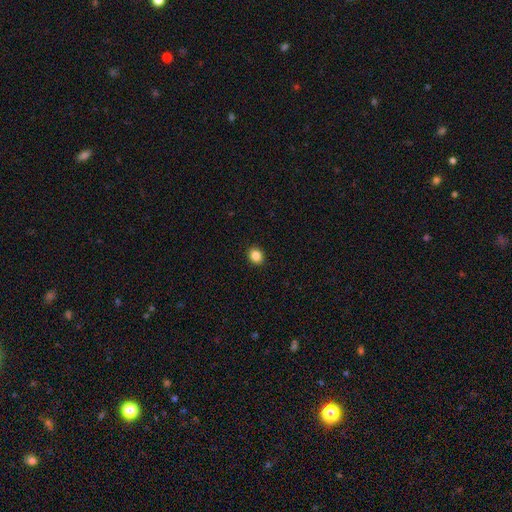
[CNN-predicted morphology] A smooth galaxy with no disk features (86%) that is round (68%).

Vote fractions:
- Smooth or featured? smooth: 86% / star or artifact: 10% / featured or disk: 4%
- How rounded? round: 68% / in between: 31% / cigar-shaped: 1%
- Merging? none: 92% / minor disturbance: 5% / major disturbance: 2% / merger: 1%